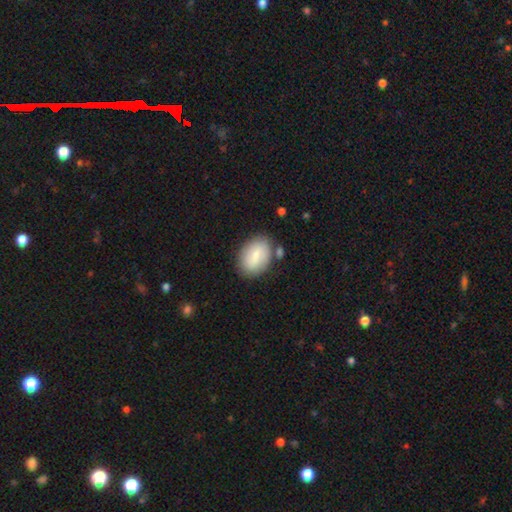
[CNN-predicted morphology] Smooth or featured? Predicted: smooth (p=0.77). How rounded? Predicted: in between (p=0.85). Merging? Predicted: none (p=0.74).